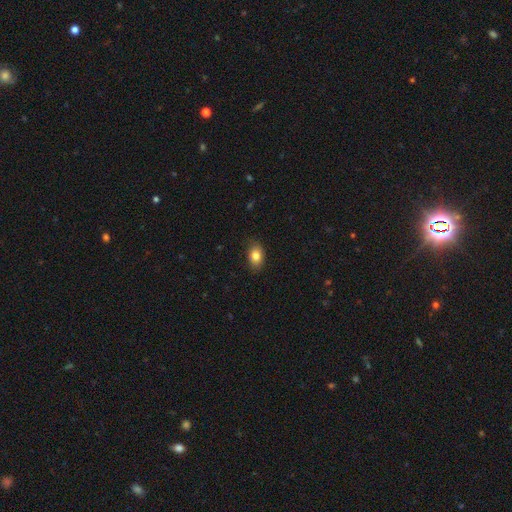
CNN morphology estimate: Smooth or featured?
  - smooth: 83% *
  - star or artifact: 9%
  - featured or disk: 8%
How rounded?
  - in between: 82% *
  - round: 17%
  - cigar-shaped: 2%
Merging?
  - none: 83% *
  - minor disturbance: 14%
  - major disturbance: 3%
  - merger: 1%